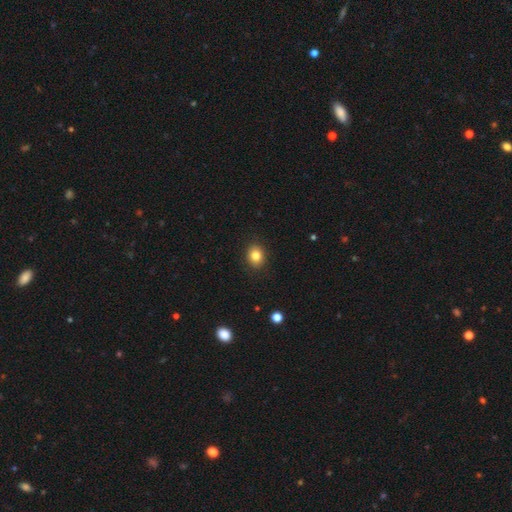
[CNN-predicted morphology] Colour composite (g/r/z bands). It shows a smooth galaxy with no disk features (83%) that is round (59%). Merging: none (90%).